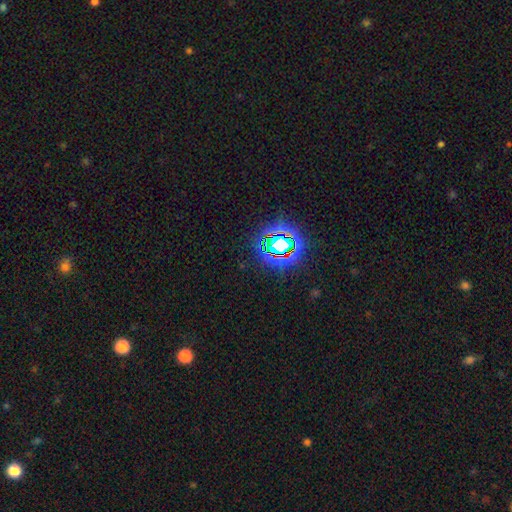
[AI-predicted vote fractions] Smooth or featured?
  - star or artifact: 79% *
  - smooth: 13%
  - featured or disk: 8%